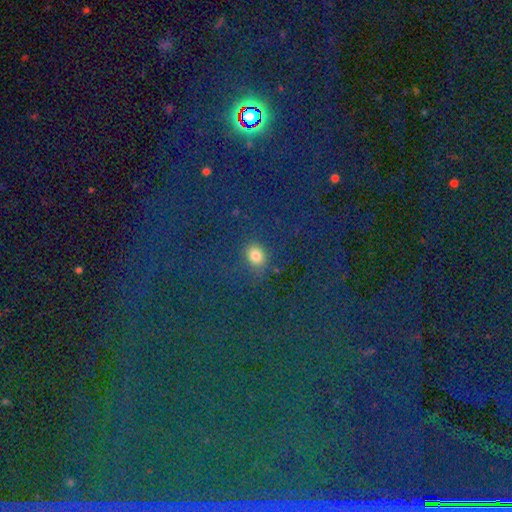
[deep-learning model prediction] smooth-or-featured: smooth: 64% | star or artifact: 27% | featured or disk: 9%
  how-rounded: round: 56% | in between: 40% | cigar-shaped: 4%
  merging: none: 74% | minor disturbance: 13% | major disturbance: 8% | merger: 5%